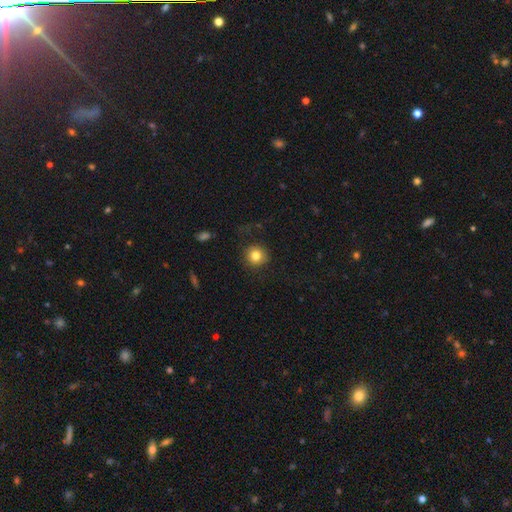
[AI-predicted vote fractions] Smooth or featured?
  - smooth: 81% *
  - star or artifact: 11%
  - featured or disk: 8%
How rounded?
  - round: 92% *
  - in between: 7%
  - cigar-shaped: 1%
Merging?
  - none: 86% *
  - minor disturbance: 9%
  - major disturbance: 4%
  - merger: 1%